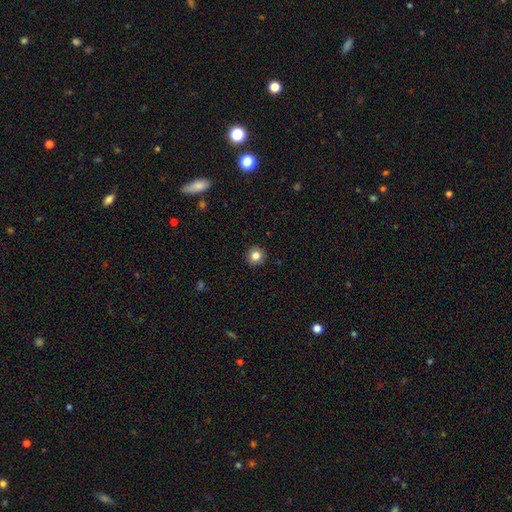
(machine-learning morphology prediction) type=smooth (83%); roundness=round (94%); merging=none (92%).